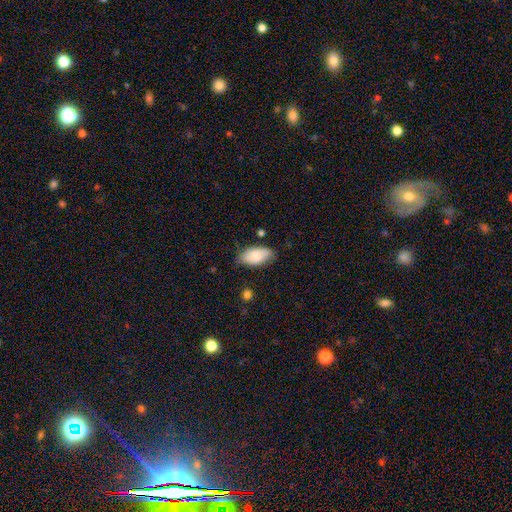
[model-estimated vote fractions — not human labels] Smooth or featured? Predicted: smooth (p=0.80). How rounded? Predicted: in between (p=0.94). Merging? Predicted: none (p=0.70).